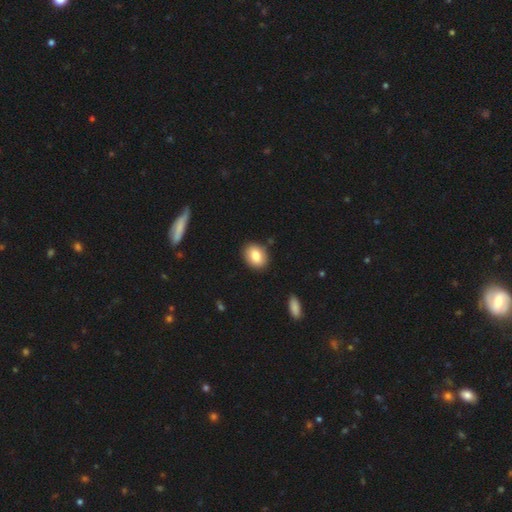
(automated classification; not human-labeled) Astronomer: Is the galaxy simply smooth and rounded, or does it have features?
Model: smooth — 83%.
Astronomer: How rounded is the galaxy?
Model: in between — 56% (runner-up: round, 43%).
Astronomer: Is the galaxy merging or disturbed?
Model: none — 88%.